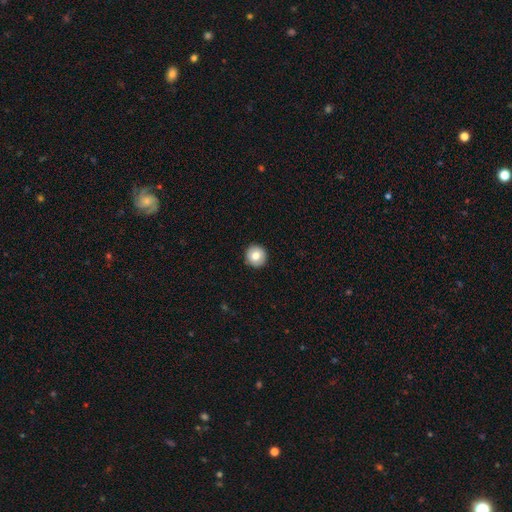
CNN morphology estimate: A smooth galaxy with no disk features (80%) that is round (95%). Merging: none (93%).